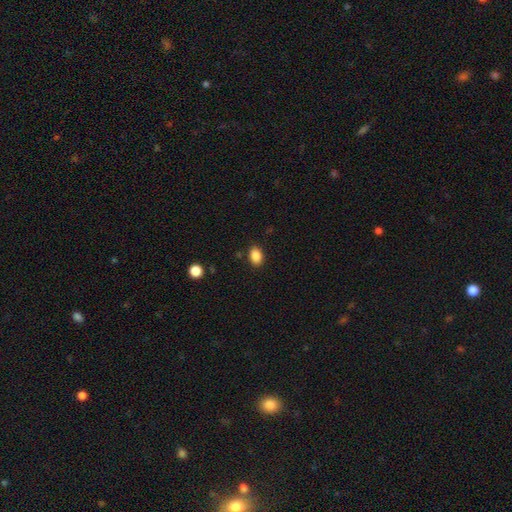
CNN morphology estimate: The model was most divided on "how rounded": in between: 75%, round: 24%, cigar-shaped: 1%. More confident: merging — none (87%); smooth or featured — smooth (87%).